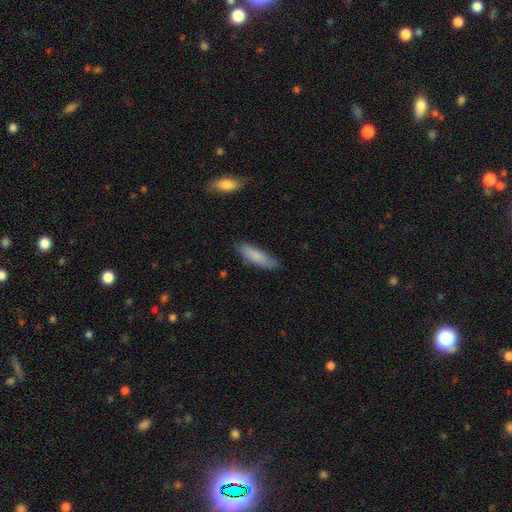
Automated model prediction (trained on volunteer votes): This appears to be a smooth galaxy with no disk features (83%) that is cigar-shaped (60%). Merging: none (81%).